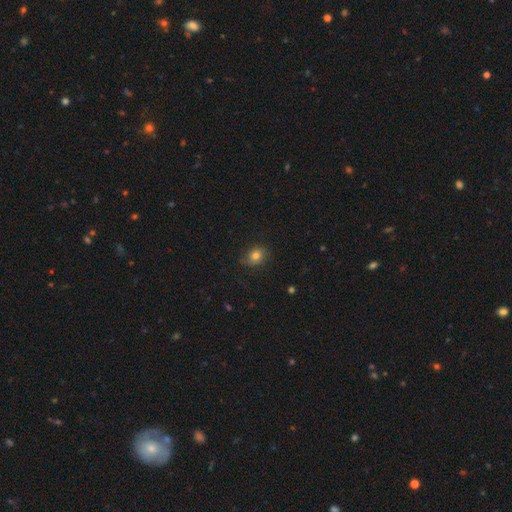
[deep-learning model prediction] Smooth or featured?
  - smooth: 80% *
  - star or artifact: 12%
  - featured or disk: 8%
How rounded?
  - round: 57% *
  - in between: 42%
  - cigar-shaped: 1%
Merging?
  - none: 77% *
  - minor disturbance: 18%
  - major disturbance: 4%
  - merger: 1%